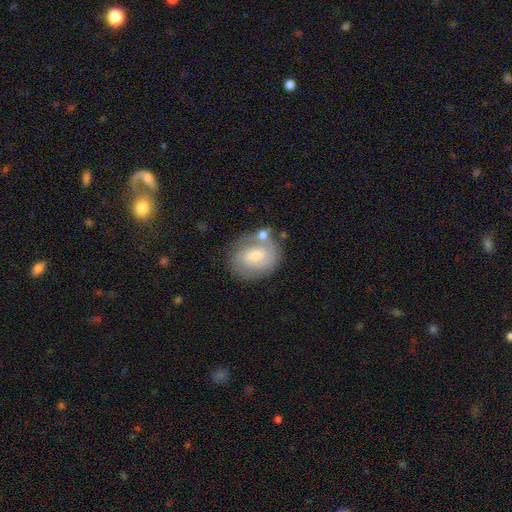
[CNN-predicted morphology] The model was most divided on "bulge size": moderate: 45%, small: 43%, large: 6%, none: 4%, dominant: 1%. Remaining: edge-on disk — no (97%); spiral arms — yes (86%); merging — none (64%); smooth or featured — featured or disk (63%); spiral winding — tight (59%); spiral arm count — 2 (58%); bar — weak (47%).